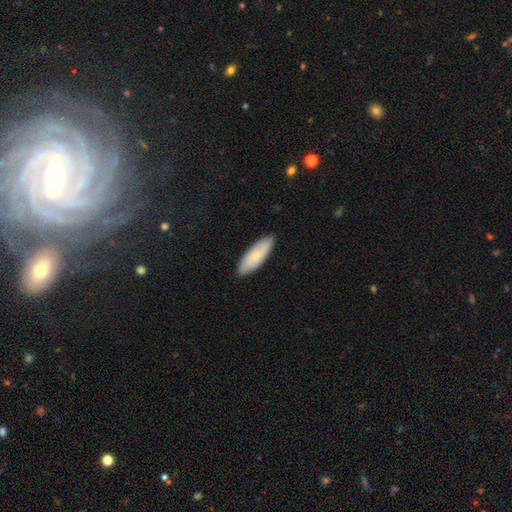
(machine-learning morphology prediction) Overall: smooth (78%). How rounded: in between (64%; cigar-shaped 35%). Merging: none (87%).